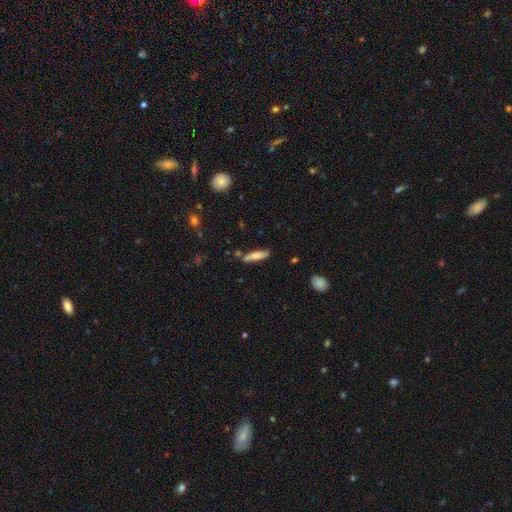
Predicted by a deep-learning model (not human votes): Smooth or featured? Predicted: smooth (p=0.76). How rounded? Predicted: cigar-shaped (p=0.74). Merging? Predicted: none (p=0.77).